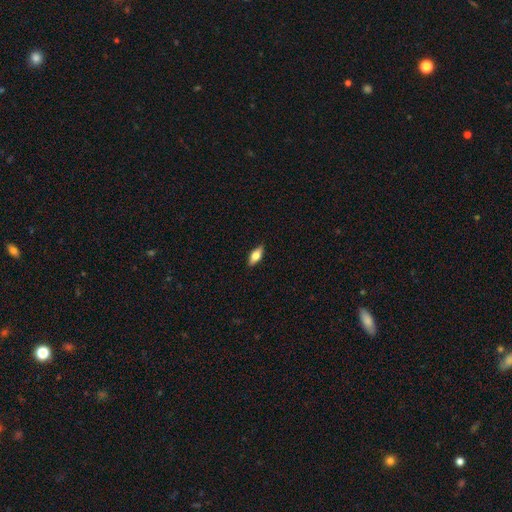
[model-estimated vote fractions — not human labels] Morphology: type=smooth (67%); roundness=in between (77%); merging=none (88%).